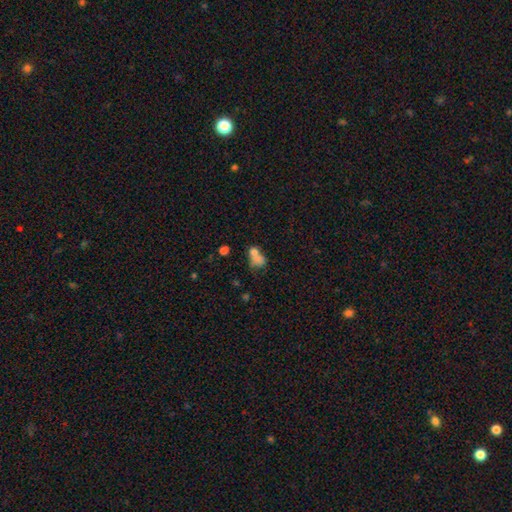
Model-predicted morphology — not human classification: Smooth or featured: smooth — 71% (featured or disk — 16%)
How rounded: in between — 59% (round — 39%)
Merging: merger — 54% (none — 25%)